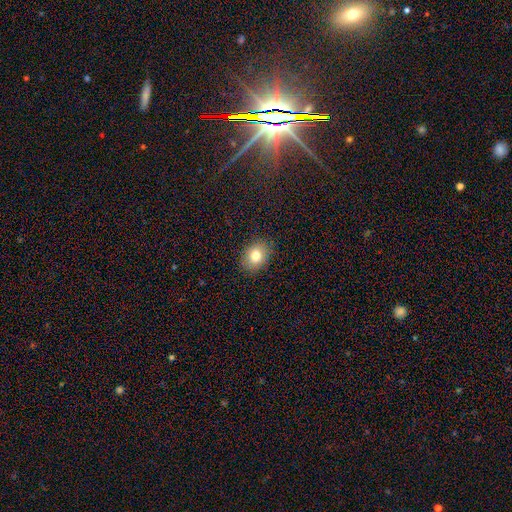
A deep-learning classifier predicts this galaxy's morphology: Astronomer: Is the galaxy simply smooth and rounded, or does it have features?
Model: smooth — 81%.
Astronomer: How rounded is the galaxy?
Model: in between — 56% (runner-up: round, 43%).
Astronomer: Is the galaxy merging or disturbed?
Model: none — 88%.